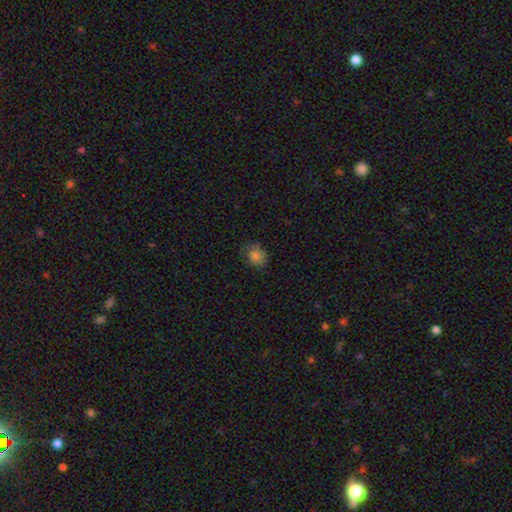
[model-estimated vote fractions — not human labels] Q: Smooth or featured?
A: smooth (80%); runner-up: star or artifact (10%)
Q: How rounded?
A: round (55%); runner-up: in between (44%)
Q: Merging?
A: none (69%); runner-up: minor disturbance (23%)